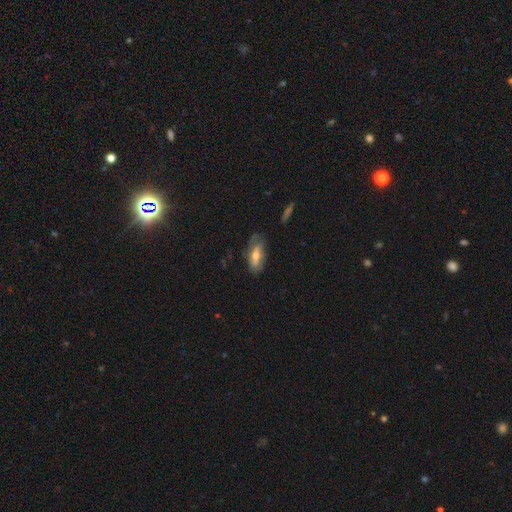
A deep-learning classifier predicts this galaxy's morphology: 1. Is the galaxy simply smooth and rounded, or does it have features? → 50% featured or disk, 43% smooth, 8% star or artifact.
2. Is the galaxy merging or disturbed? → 59% none, 27% minor disturbance, 11% major disturbance, 2% merger.